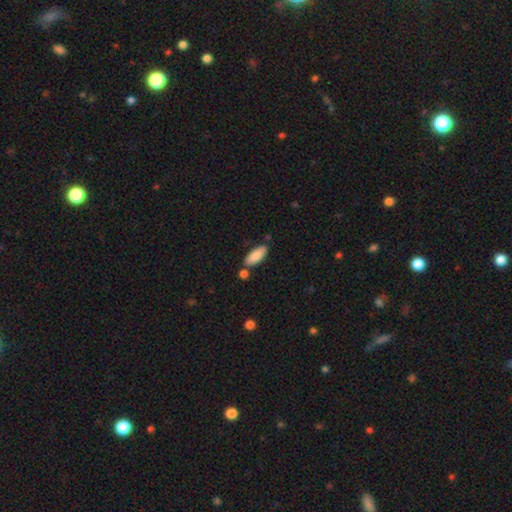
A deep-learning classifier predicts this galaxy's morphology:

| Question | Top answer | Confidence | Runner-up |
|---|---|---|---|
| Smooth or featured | smooth | 85% | featured or disk (9%) |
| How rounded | in between | 76% | cigar-shaped (22%) |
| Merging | none | 75% | minor disturbance (13%) |